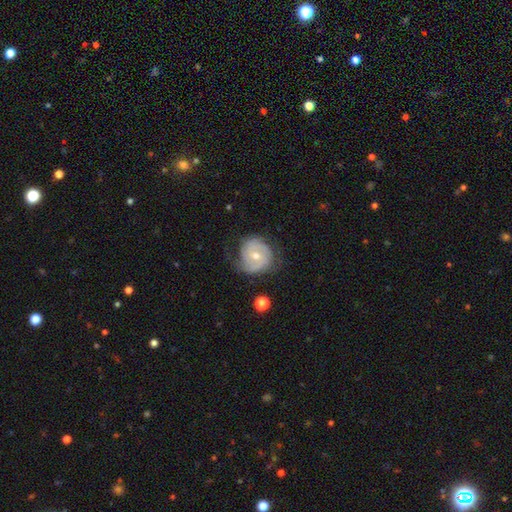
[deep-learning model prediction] Morphology: type=featured or disk (66%); edge-on=no (97%); bar=no (54%); spiral arms=yes (85%); winding=tight (51%); arm count=2 (56%); bulge=moderate (60%); merging=none (61%).